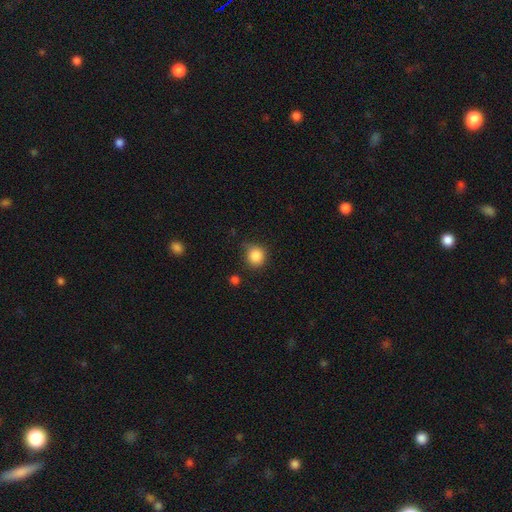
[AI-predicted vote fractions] Overall: smooth (86%). How rounded: round (89%). Merging: none (73%).